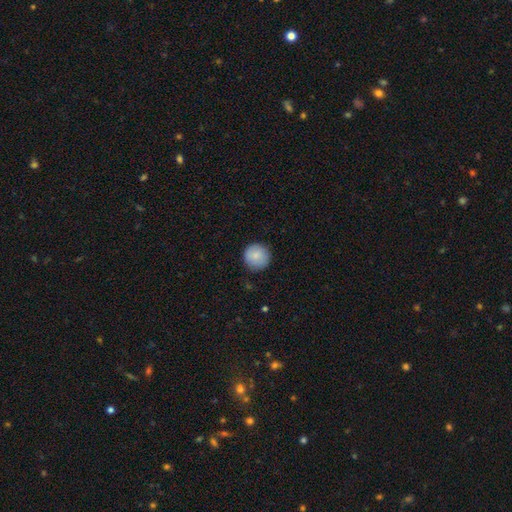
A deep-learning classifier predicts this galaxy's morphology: This appears to be a smooth galaxy with no disk features (85%) that is round (95%). Merging: none (86%).